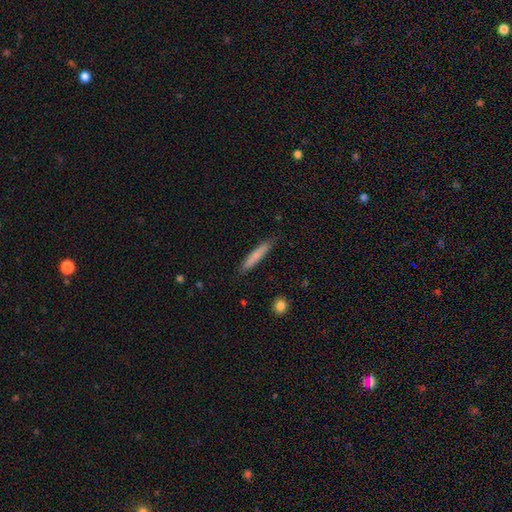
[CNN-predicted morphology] type=smooth (77%); roundness=cigar-shaped (93%); merging=none (86%).